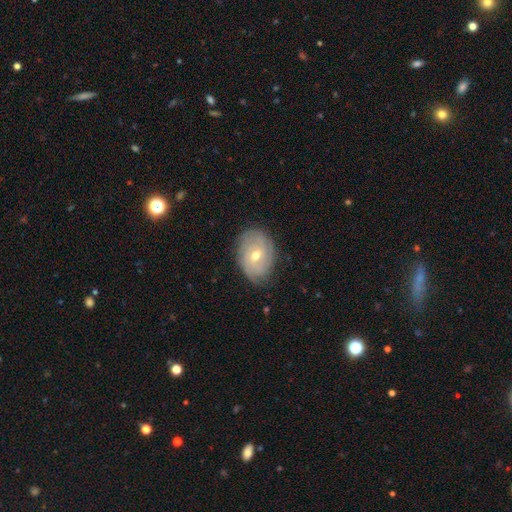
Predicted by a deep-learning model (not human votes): This appears to be a featured or disk galaxy (71%) with no bar (59%), tight (72%) spiral arms (88%) and a moderate central bulge (61%). Merging: none (78%).